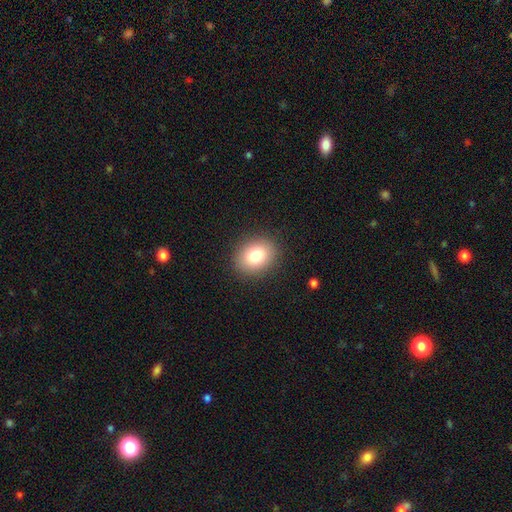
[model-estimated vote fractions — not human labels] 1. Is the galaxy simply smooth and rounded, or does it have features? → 81% smooth, 9% featured or disk, 9% star or artifact.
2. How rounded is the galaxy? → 55% in between, 45% round, 1% cigar-shaped.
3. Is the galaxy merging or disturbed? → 88% none, 8% minor disturbance, 3% major disturbance, 1% merger.